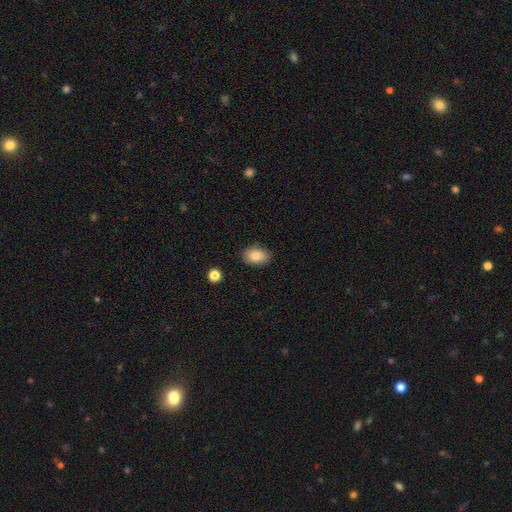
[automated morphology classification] smooth 86%, star or artifact 8%, featured or disk 7%. Down the decision tree: how rounded — in between (86%); merging — none (85%).